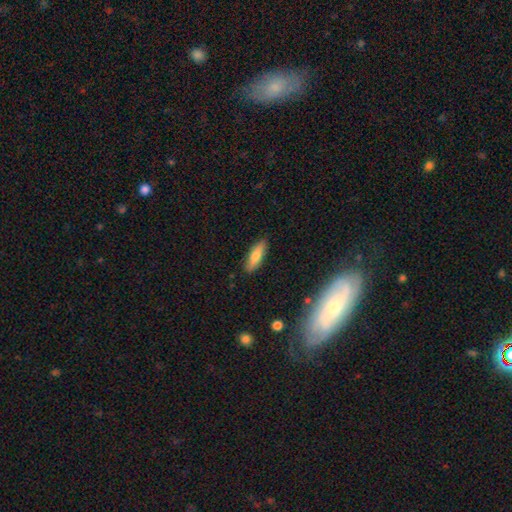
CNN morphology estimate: Q: Smooth or featured?
A: smooth (73%); runner-up: featured or disk (20%)
Q: How rounded?
A: in between (49%); tied with: cigar-shaped (49%)
Q: Merging?
A: none (86%); runner-up: minor disturbance (10%)